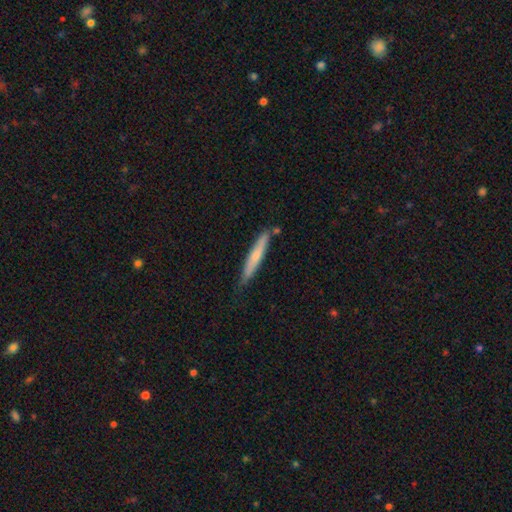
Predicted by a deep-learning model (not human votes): Smooth or featured?
  - smooth: 58% *
  - featured or disk: 36%
  - star or artifact: 6%
How rounded?
  - cigar-shaped: 94% *
  - in between: 4%
  - round: 1%
Merging?
  - none: 77% *
  - minor disturbance: 17%
  - merger: 4%
  - major disturbance: 2%